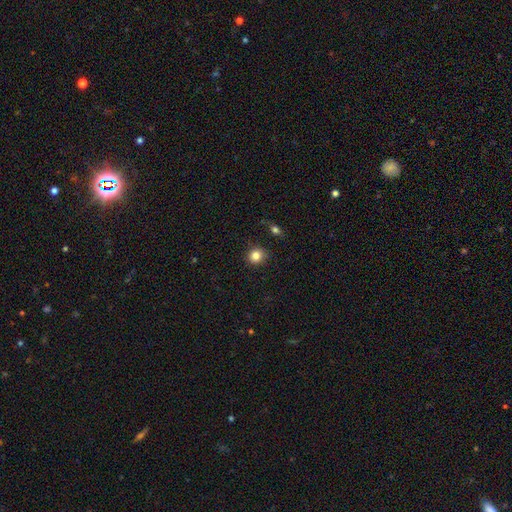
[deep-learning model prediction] Q: Smooth or featured?
A: smooth (83%); runner-up: star or artifact (11%)
Q: How rounded?
A: round (85%); runner-up: in between (14%)
Q: Merging?
A: none (87%); runner-up: minor disturbance (9%)